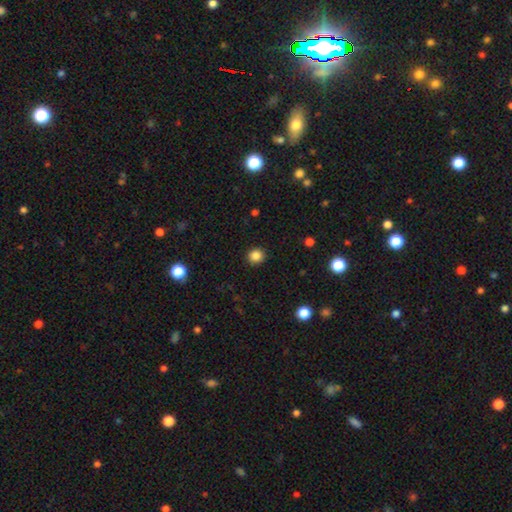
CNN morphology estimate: Overall: smooth (85%). How rounded: round (90%). Merging: none (91%).